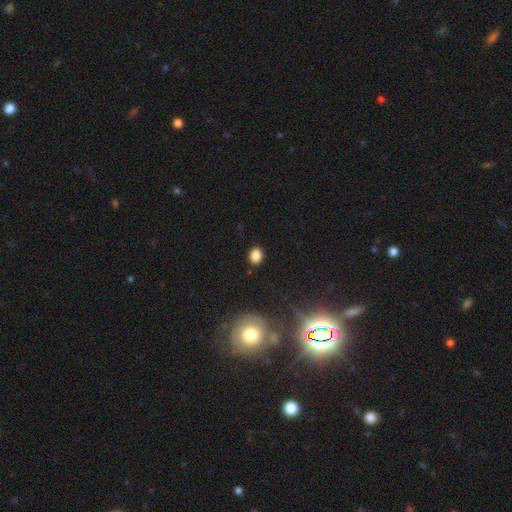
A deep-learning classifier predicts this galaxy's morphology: A smooth galaxy with no disk features (83%) that is in between round and cigar-shaped (53%). Merging: none (86%).